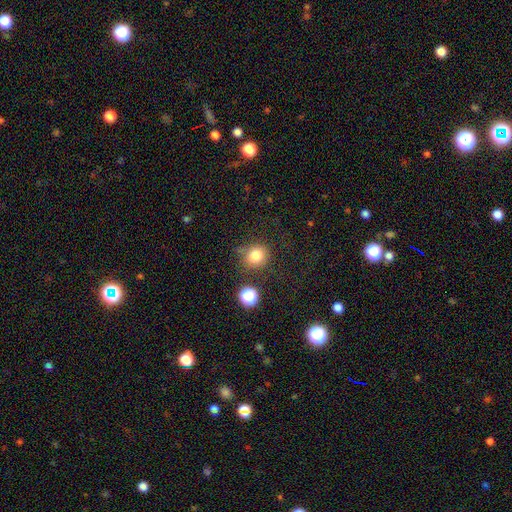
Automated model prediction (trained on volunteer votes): smooth_or_featured: smooth (p=0.80) [alt: star or artifact p=0.13]
how_rounded: round (p=0.83) [alt: in between p=0.16]
merging: none (p=0.69) [alt: minor disturbance p=0.18]